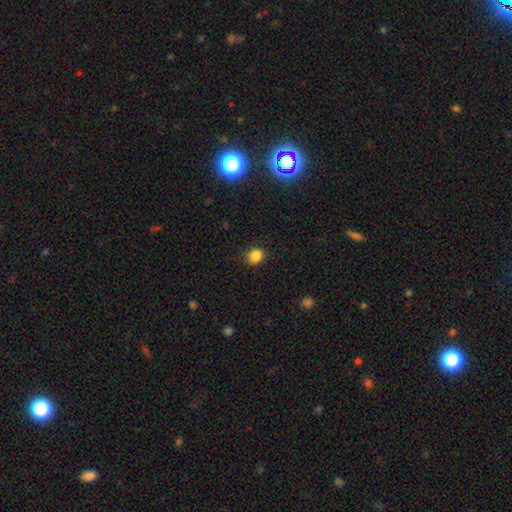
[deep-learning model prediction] The model was most divided on "how rounded": round: 73%, in between: 27%, cigar-shaped: 1%. More confident: smooth or featured — smooth (85%); merging — none (83%).